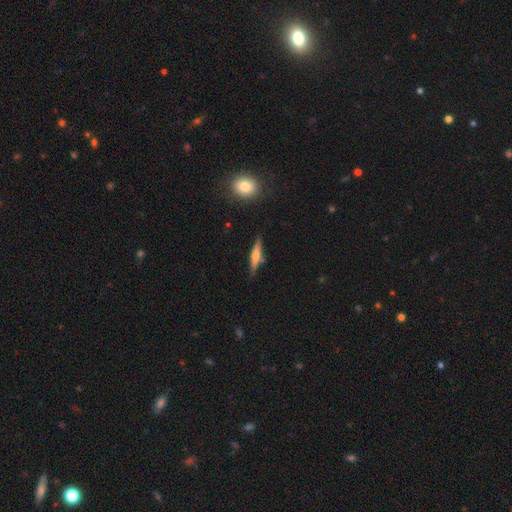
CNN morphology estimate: type=featured or disk (48%); merging=none (81%).